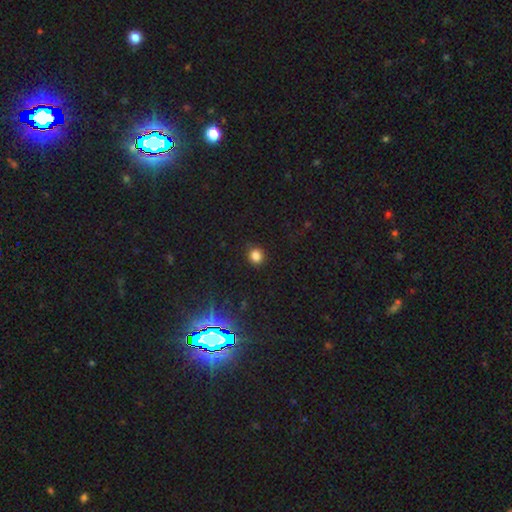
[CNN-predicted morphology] type=smooth (81%); roundness=round (85%); merging=none (89%).